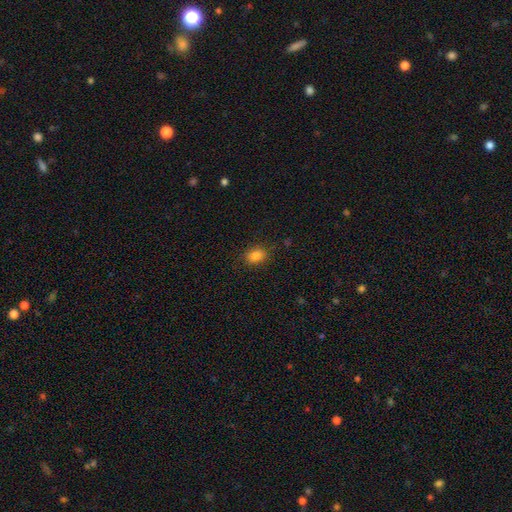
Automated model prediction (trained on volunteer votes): Smooth or featured?
  - smooth: 85% *
  - star or artifact: 10%
  - featured or disk: 5%
How rounded?
  - in between: 66% *
  - round: 33%
  - cigar-shaped: 1%
Merging?
  - none: 83% *
  - minor disturbance: 12%
  - major disturbance: 3%
  - merger: 1%